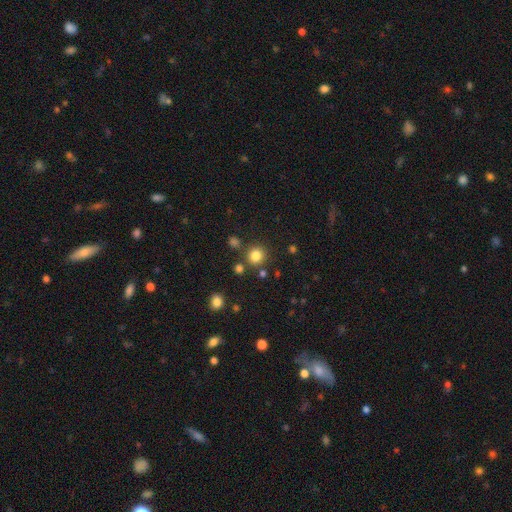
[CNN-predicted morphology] A smooth galaxy with no disk features (82%) that is round (91%).

Vote fractions:
- Smooth or featured? smooth: 82% / star or artifact: 13% / featured or disk: 5%
- How rounded? round: 91% / in between: 8% / cigar-shaped: 1%
- Merging? none: 83% / minor disturbance: 8% / merger: 7% / major disturbance: 3%